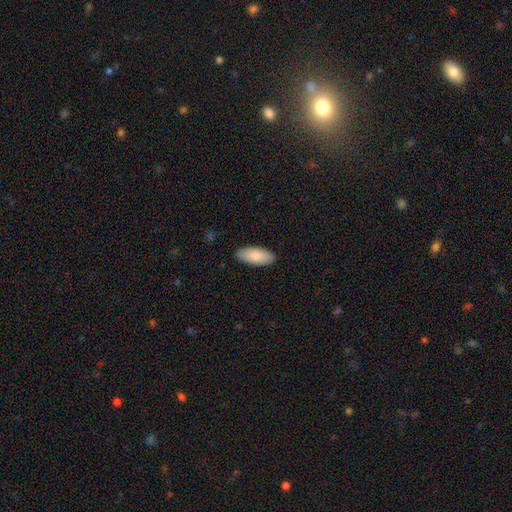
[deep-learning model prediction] Overall: smooth (87%). How rounded: in between (88%). Merging: none (88%).